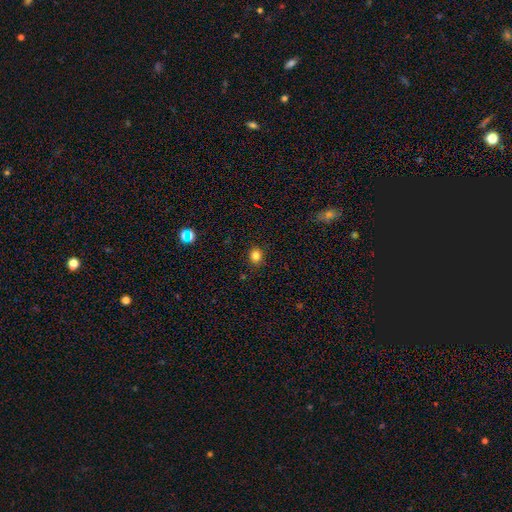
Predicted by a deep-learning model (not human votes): The model was most divided on "how rounded": round: 70%, in between: 29%, cigar-shaped: 1%. More confident: merging — none (89%); smooth or featured — smooth (83%).